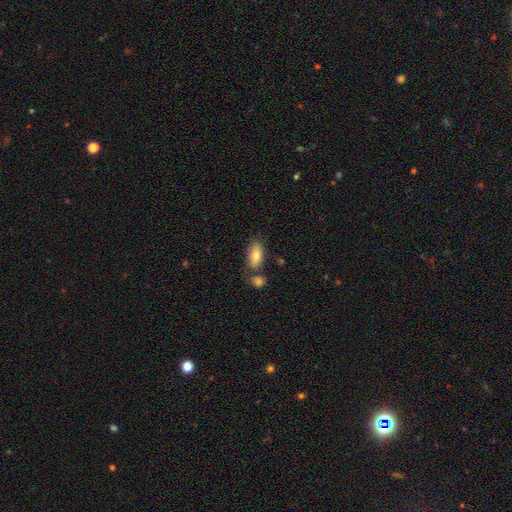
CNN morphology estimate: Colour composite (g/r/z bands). It shows a smooth galaxy with no disk features (79%) that is in between round and cigar-shaped (91%). Merging: none (62%).